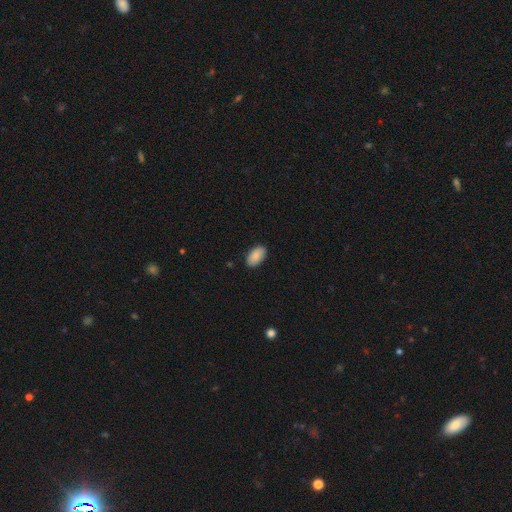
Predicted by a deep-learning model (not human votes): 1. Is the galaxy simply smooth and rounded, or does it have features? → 90% smooth, 6% star or artifact, 4% featured or disk.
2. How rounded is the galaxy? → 95% in between, 4% round, 2% cigar-shaped.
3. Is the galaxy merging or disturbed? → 88% none, 9% minor disturbance, 2% major disturbance, 1% merger.